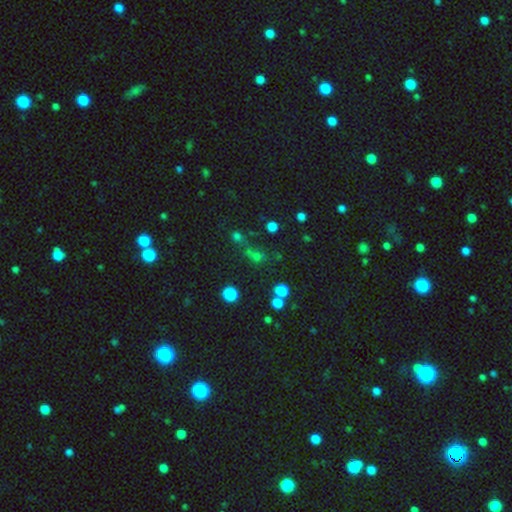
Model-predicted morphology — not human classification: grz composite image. It shows a star or artifact, not a galaxy (50%).